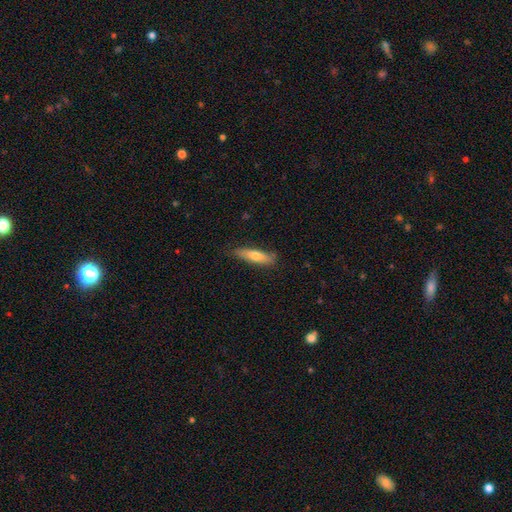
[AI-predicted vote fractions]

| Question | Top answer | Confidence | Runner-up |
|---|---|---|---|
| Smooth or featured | smooth | 65% | featured or disk (29%) |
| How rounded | cigar-shaped | 73% | in between (25%) |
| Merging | none | 79% | minor disturbance (17%) |